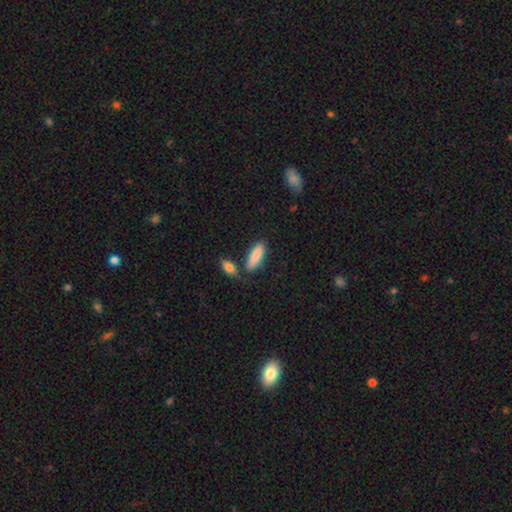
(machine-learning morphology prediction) Smooth or featured?
  - smooth: 87% *
  - featured or disk: 8%
  - star or artifact: 5%
How rounded?
  - cigar-shaped: 49% * (tied)
  - in between: 49% * (tied)
  - round: 2%
Merging?
  - none: 73% *
  - minor disturbance: 13%
  - merger: 11%
  - major disturbance: 3%